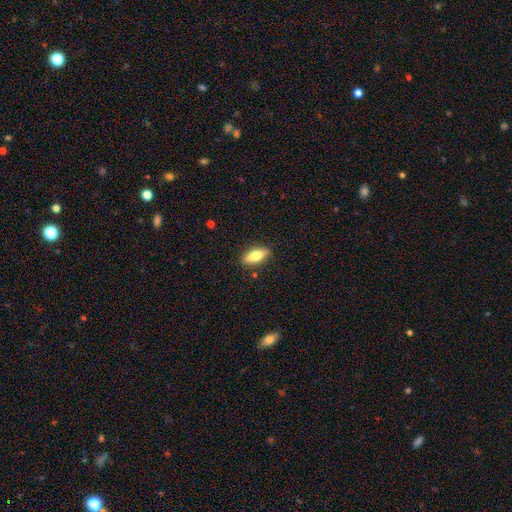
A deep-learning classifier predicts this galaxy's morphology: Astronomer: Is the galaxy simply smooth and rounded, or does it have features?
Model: smooth — 68%.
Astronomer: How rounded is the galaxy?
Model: in between — 70%.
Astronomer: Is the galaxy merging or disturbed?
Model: none — 87%.